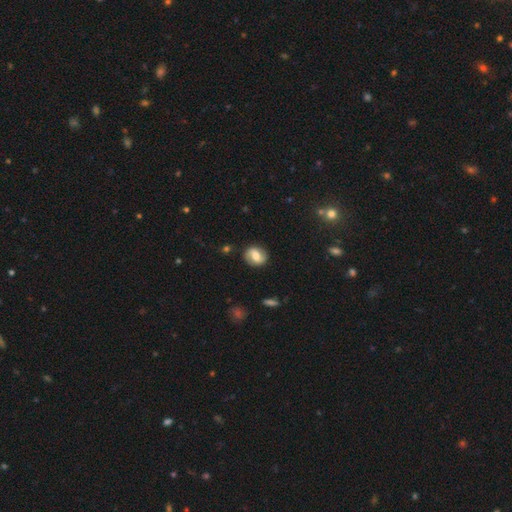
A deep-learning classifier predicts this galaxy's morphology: This appears to be a featured or disk galaxy (57%) with a weak bar (46%), spiral arms (86%) and a moderate central bulge (64%). Merging: none (85%).